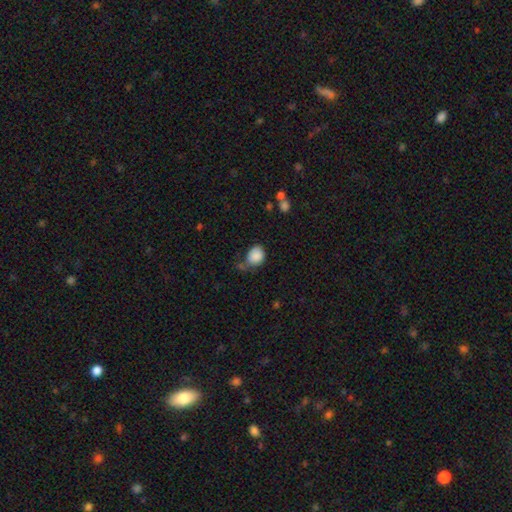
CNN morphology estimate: A smooth galaxy with no disk features (87%) that is round (53%).

Vote fractions:
- Smooth or featured? smooth: 87% / star or artifact: 8% / featured or disk: 5%
- How rounded? round: 53% / in between: 46% / cigar-shaped: 1%
- Merging? none: 52% / minor disturbance: 28% / major disturbance: 11% / merger: 9%